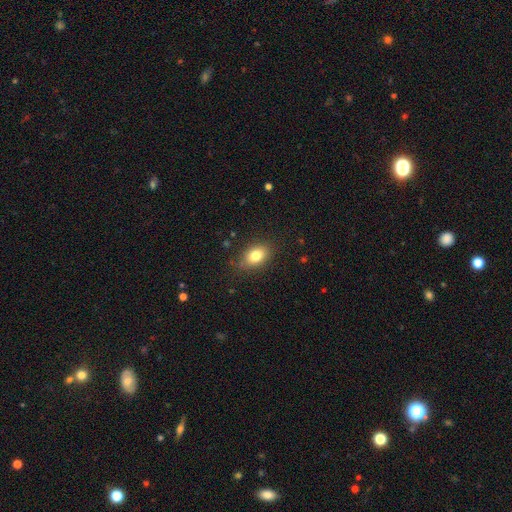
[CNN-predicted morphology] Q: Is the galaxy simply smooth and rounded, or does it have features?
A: smooth — 80%.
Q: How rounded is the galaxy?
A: in between — 81%.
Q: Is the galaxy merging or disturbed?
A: none — 82%.